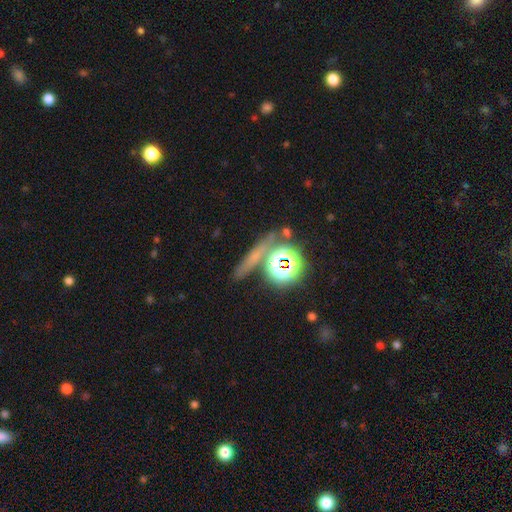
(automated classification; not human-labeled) Overall: star or artifact (46%; smooth 34%).